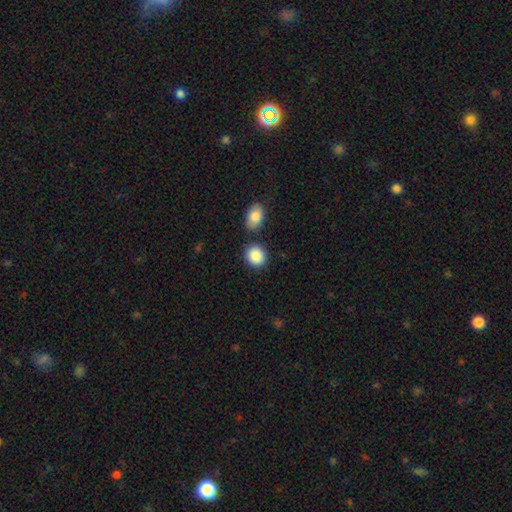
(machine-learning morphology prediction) smooth_or_featured: smooth (p=0.89) [alt: star or artifact p=0.07]
how_rounded: round (p=0.71) [alt: in between p=0.28]
merging: none (p=0.79) [alt: minor disturbance p=0.10]